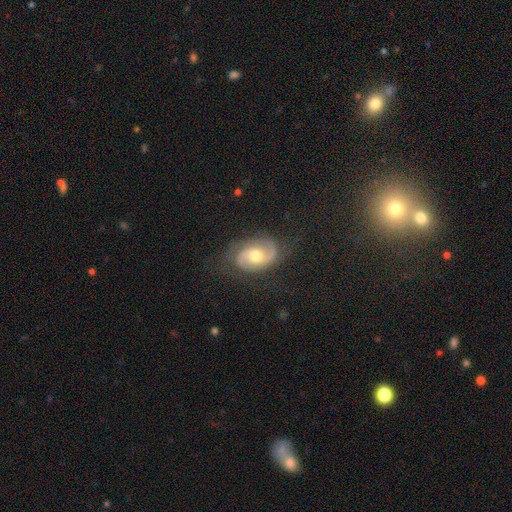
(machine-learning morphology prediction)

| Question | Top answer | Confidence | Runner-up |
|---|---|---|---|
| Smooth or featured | featured or disk | 83% | smooth (10%) |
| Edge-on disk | no | 97% | yes (3%) |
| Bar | no | 58% | weak (34%) |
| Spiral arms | yes | 95% | no (5%) |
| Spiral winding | medium | 49% | tight (32%) |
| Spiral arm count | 2 | 90% | can't tell (4%) |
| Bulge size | moderate | 75% | small (15%) |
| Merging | none | 77% | minor disturbance (16%) |